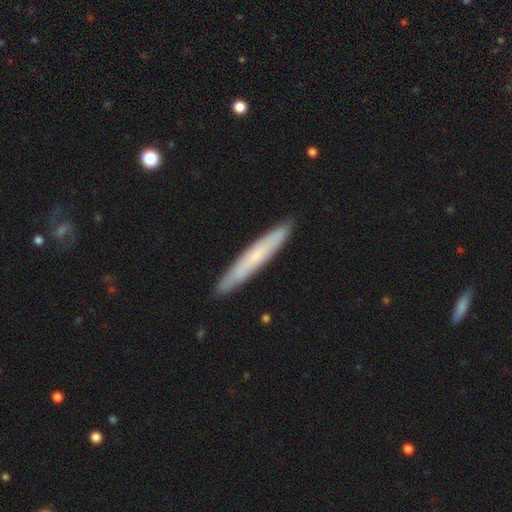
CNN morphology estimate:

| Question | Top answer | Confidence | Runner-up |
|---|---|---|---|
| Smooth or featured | smooth | 57% | featured or disk (37%) |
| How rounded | cigar-shaped | 95% | in between (4%) |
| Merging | none | 90% | minor disturbance (8%) |